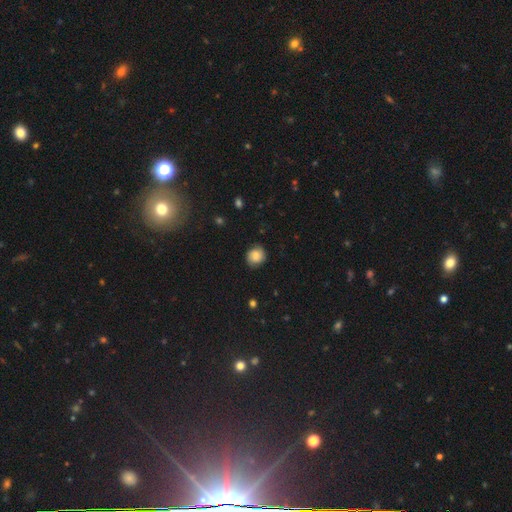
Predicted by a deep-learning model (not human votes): This is likely a smooth galaxy (78%). How rounded: likely round (79%). Merging: clearly none (80%).